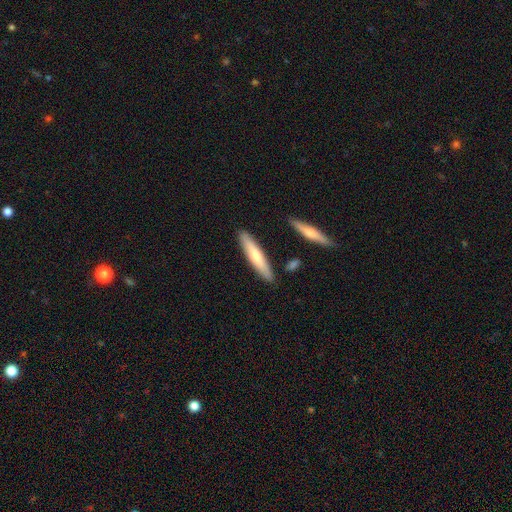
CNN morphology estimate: Overall: smooth (60%; featured or disk 34%). How rounded: cigar-shaped (85%). Merging: none (84%).